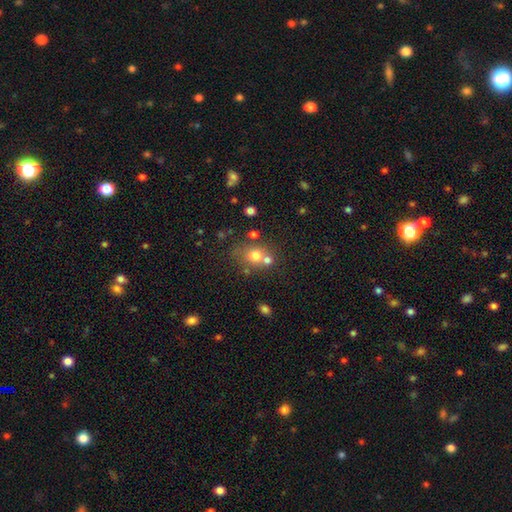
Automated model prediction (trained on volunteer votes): Smooth or featured: smooth — 70% (featured or disk — 15%)
How rounded: round — 67% (in between — 32%)
Merging: none — 52% (merger — 32%)